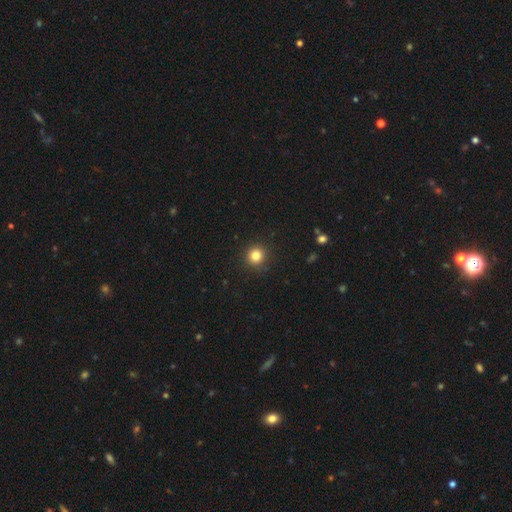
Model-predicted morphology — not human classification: smooth-or-featured: smooth: 83% | star or artifact: 12% | featured or disk: 5%
  how-rounded: round: 94% | in between: 5% | cigar-shaped: 1%
  merging: none: 92% | minor disturbance: 5% | major disturbance: 2% | merger: 1%